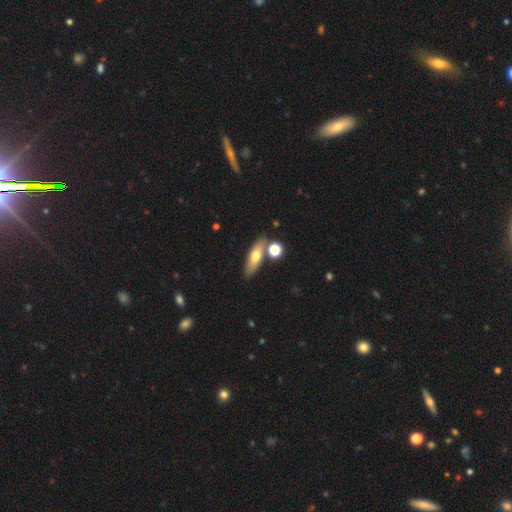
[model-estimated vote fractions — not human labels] This appears to be a smooth galaxy with no disk features (64%) that is in between round and cigar-shaped (53%). Merging: none (72%).